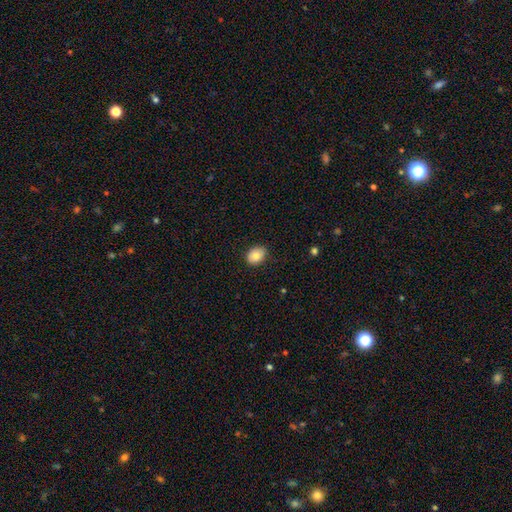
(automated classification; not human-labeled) Smooth or featured?
  - smooth: 84% *
  - star or artifact: 8%
  - featured or disk: 8%
How rounded?
  - in between: 68% *
  - round: 31%
  - cigar-shaped: 1%
Merging?
  - none: 84% *
  - minor disturbance: 12%
  - major disturbance: 2%
  - merger: 1%